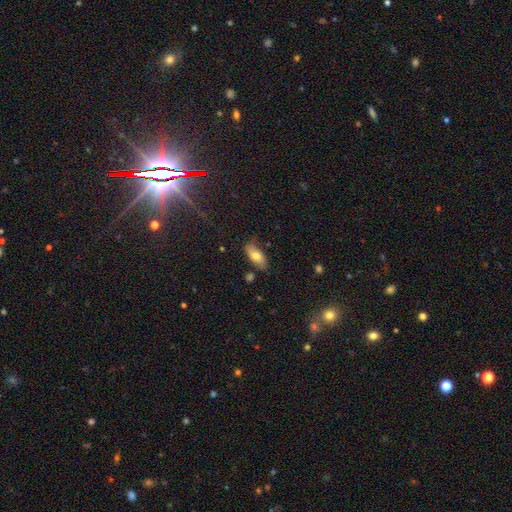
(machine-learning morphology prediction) A smooth galaxy with no disk features (75%) that is in between round and cigar-shaped (85%).

Vote fractions:
- Smooth or featured? smooth: 75% / featured or disk: 17% / star or artifact: 8%
- How rounded? in between: 85% / cigar-shaped: 12% / round: 3%
- Merging? none: 71% / minor disturbance: 21% / major disturbance: 4% / merger: 3%